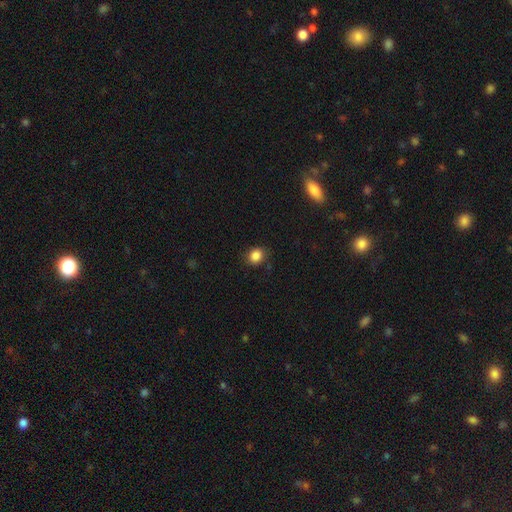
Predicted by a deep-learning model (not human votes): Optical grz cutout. It shows a smooth galaxy with no disk features (86%) that is round (66%). Merging: none (81%).